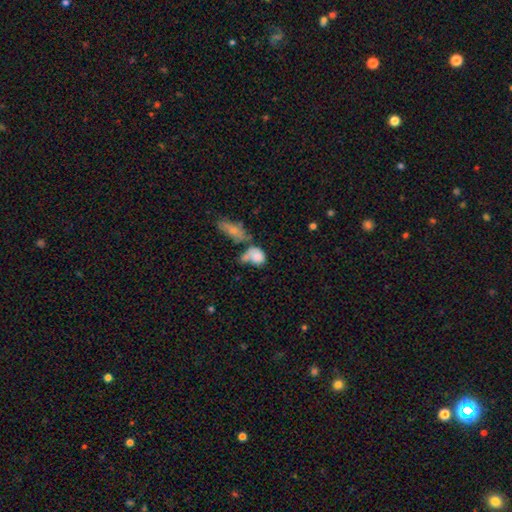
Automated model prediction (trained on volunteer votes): Overall: smooth (76%). How rounded: in between (67%; round 30%). Merging: merger (43%; none 24%).